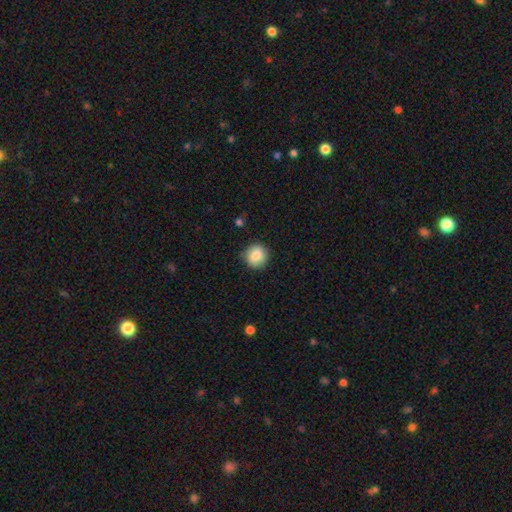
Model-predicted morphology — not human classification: Overall: smooth (85%). How rounded: round (89%). Merging: none (85%).